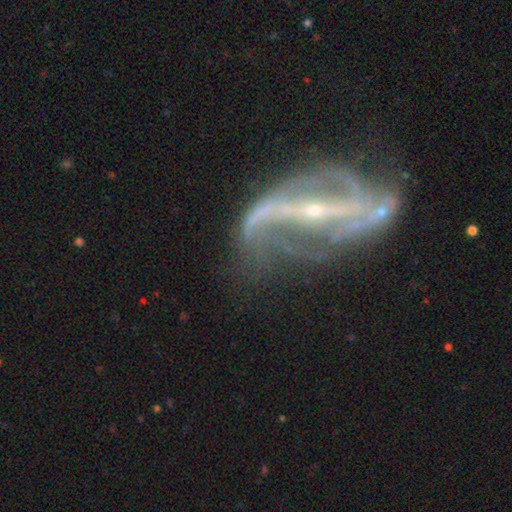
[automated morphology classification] This appears to be a featured or disk galaxy (90%) with a strong bar (74%), 2 (74%) loose (49%) spiral arms (93%) and a small central bulge (84%). Merging: none (45%).